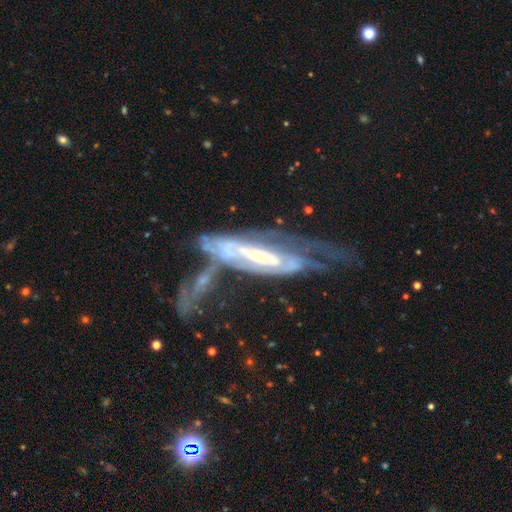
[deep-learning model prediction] Morphology: type=featured or disk (80%); edge-on=no (76%); bar=no (42%); spiral arms=yes (80%); bulge=small (60%); merging=merger (33%).